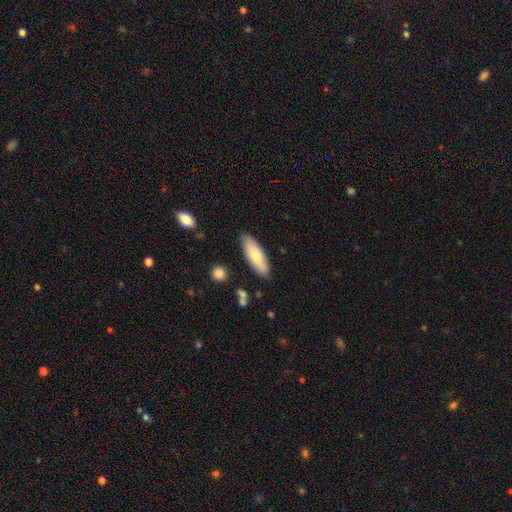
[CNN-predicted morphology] smooth_or_featured: smooth (p=0.73) [alt: featured or disk p=0.22]
how_rounded: in between (p=0.62) [alt: cigar-shaped p=0.36]
merging: none (p=0.82) [alt: minor disturbance p=0.14]